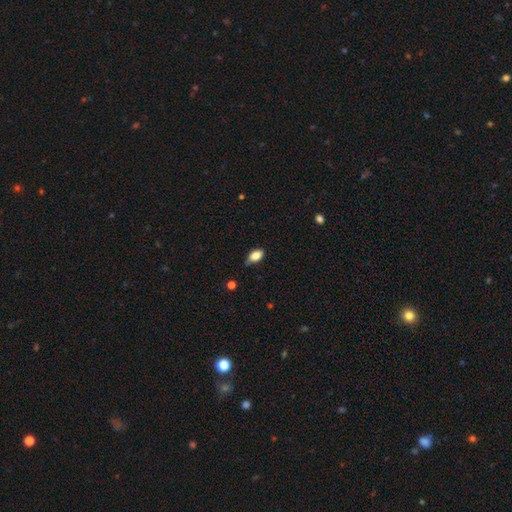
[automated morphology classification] type=smooth (83%); roundness=in between (90%); merging=none (62%).